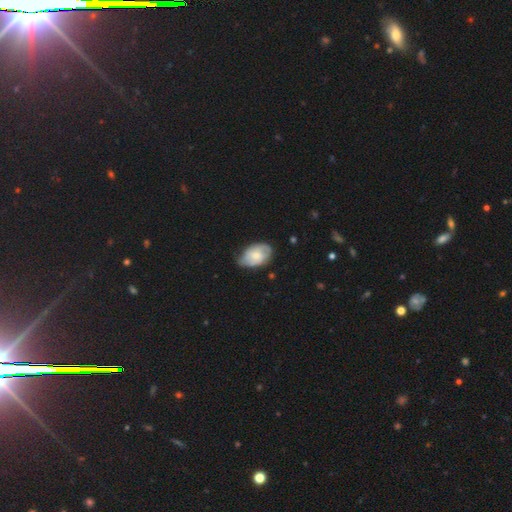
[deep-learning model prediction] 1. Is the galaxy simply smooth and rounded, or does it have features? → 50% smooth, 44% featured or disk, 6% star or artifact.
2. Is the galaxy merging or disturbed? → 58% none, 34% minor disturbance, 7% major disturbance, 2% merger.